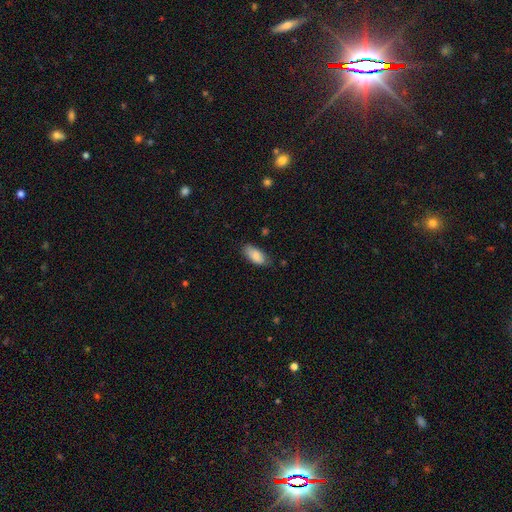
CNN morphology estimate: smooth_or_featured: smooth (p=0.87) [alt: featured or disk p=0.07]
how_rounded: in between (p=0.90) [alt: cigar-shaped p=0.08]
merging: none (p=0.76) [alt: minor disturbance p=0.20]